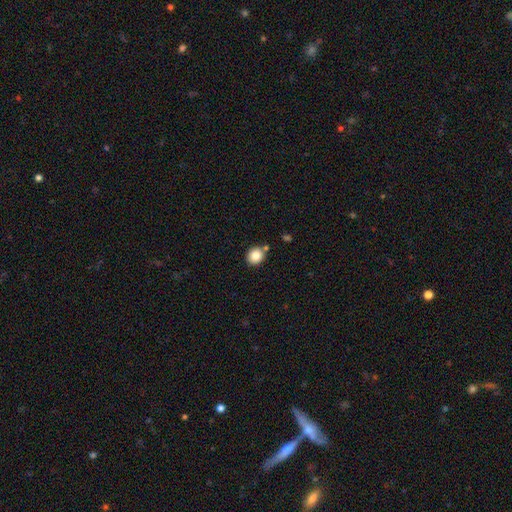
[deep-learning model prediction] Morphology: type=smooth (84%); roundness=round (75%); merging=none (79%).